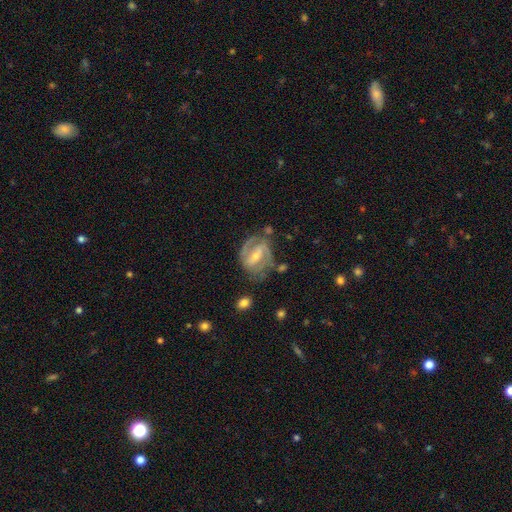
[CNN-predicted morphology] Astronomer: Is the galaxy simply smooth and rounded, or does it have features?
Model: featured or disk — 84%.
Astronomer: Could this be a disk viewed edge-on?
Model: no — 96%.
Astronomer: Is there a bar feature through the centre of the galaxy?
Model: strong — 52% (runner-up: weak, 35%).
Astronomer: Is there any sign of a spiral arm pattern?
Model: yes — 92%.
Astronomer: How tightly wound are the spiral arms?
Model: medium — 47% (runner-up: tight, 40%).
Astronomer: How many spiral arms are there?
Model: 2 — 77%.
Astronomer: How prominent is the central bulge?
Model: small — 54% (runner-up: moderate, 42%).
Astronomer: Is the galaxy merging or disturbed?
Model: none — 63%.